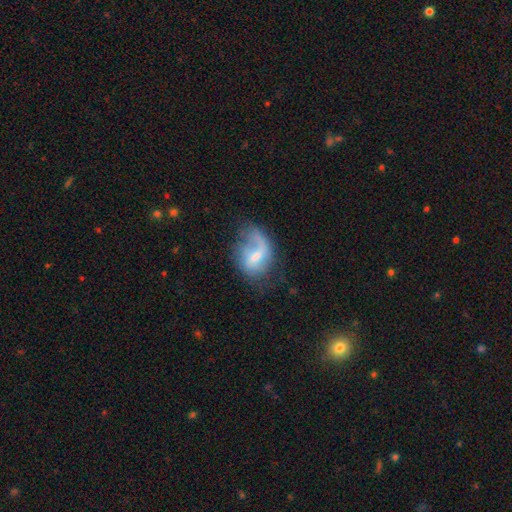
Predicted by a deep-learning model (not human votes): Smooth or featured? Predicted: featured or disk (p=0.60). Edge-on disk? Predicted: no (p=0.97). Bar? Predicted: weak (p=0.52). Spiral arms? Predicted: yes (p=0.76). Bulge size? Predicted: small (p=0.44). Merging? Predicted: none (p=0.38).